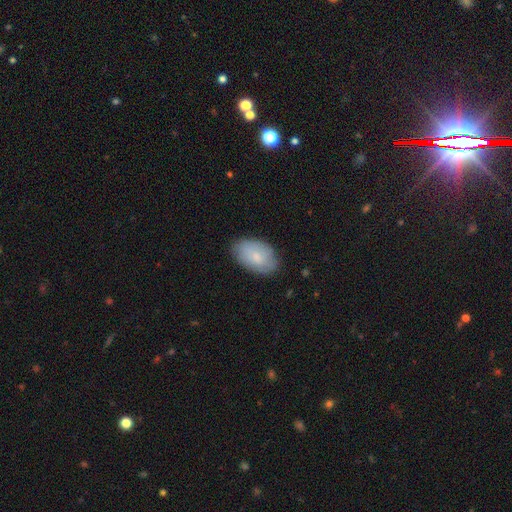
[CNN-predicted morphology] Smooth or featured? smooth (75%)
How rounded? in between (92%)
Merging? none (80%)